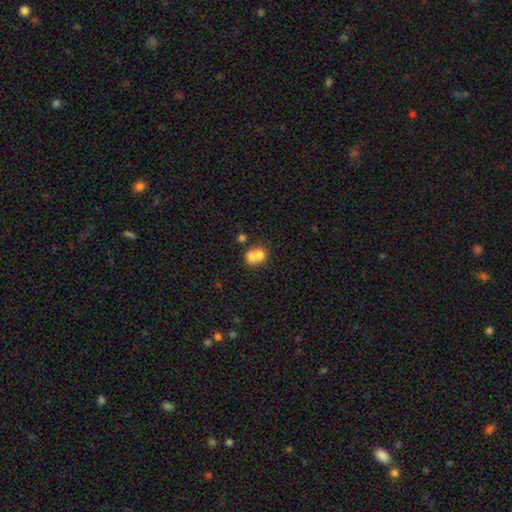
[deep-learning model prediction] Morphology: type=smooth (69%); roundness=round (70%); merging=merger (66%).